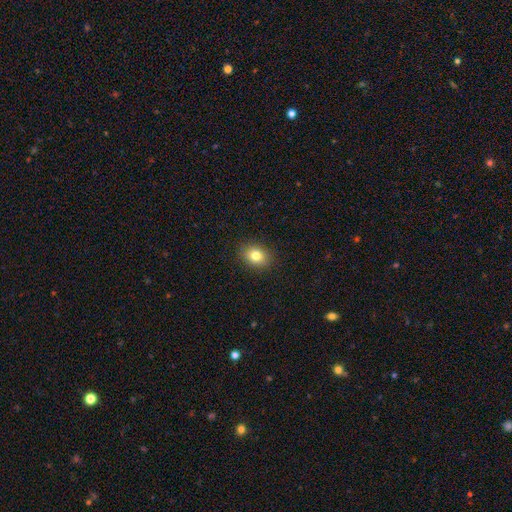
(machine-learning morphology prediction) Smooth or featured?
  - smooth: 80% *
  - star or artifact: 11%
  - featured or disk: 9%
How rounded?
  - in between: 55% *
  - round: 44%
  - cigar-shaped: 1%
Merging?
  - none: 89% *
  - minor disturbance: 8%
  - major disturbance: 2%
  - merger: 1%